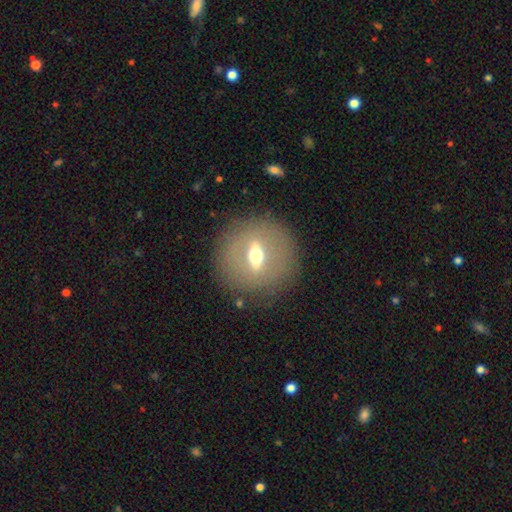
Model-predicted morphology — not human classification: Q: Smooth or featured?
A: featured or disk (67%); runner-up: smooth (25%)
Q: Edge-on disk?
A: no (57%); runner-up: yes (43%)
Q: Merging?
A: none (85%); runner-up: minor disturbance (9%)